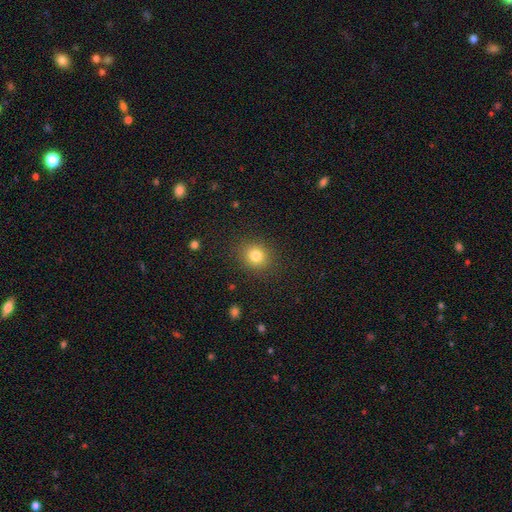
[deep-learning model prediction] A smooth galaxy with no disk features (80%) that is round (80%). Merging: none (88%).